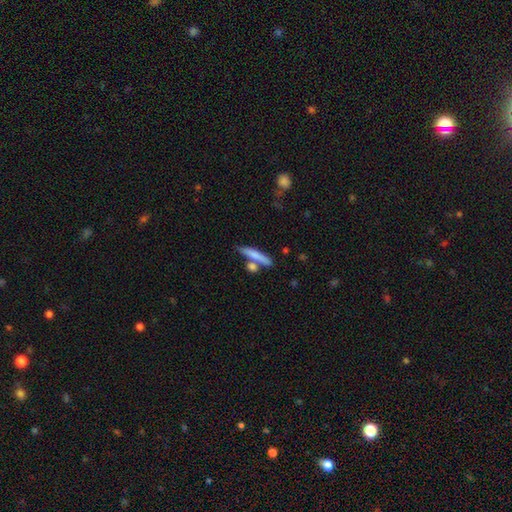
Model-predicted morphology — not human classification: type=smooth (71%); roundness=cigar-shaped (84%); merging=none (64%).